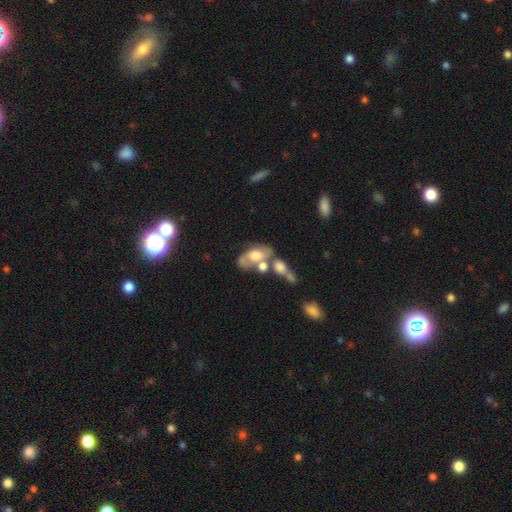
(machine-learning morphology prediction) featured or disk 50%, smooth 42%, star or artifact 8%. Down the decision tree: merging — merger (43%).